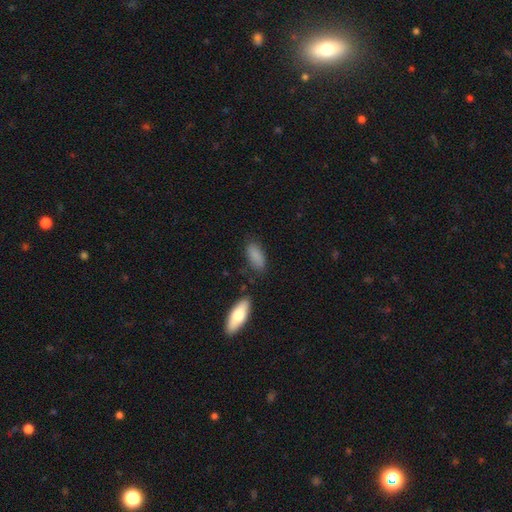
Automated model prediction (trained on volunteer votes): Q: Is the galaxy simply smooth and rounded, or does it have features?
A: smooth — 86%.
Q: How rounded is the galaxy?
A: in between — 84%.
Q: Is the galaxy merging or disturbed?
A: none — 73%.